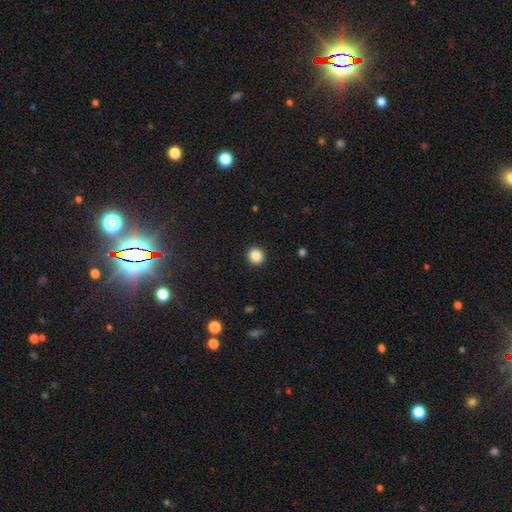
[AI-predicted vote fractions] smooth_or_featured: smooth (p=0.87) [alt: star or artifact p=0.10]
how_rounded: round (p=0.93) [alt: in between p=0.06]
merging: none (p=0.93) [alt: minor disturbance p=0.05]